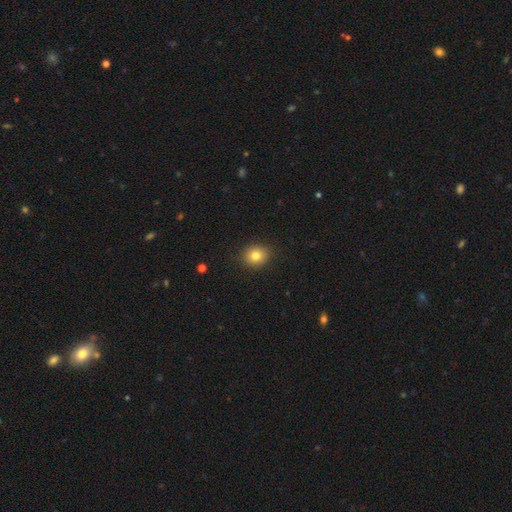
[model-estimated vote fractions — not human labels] This appears to be a smooth galaxy with no disk features (81%) that is round (71%). Merging: none (89%).